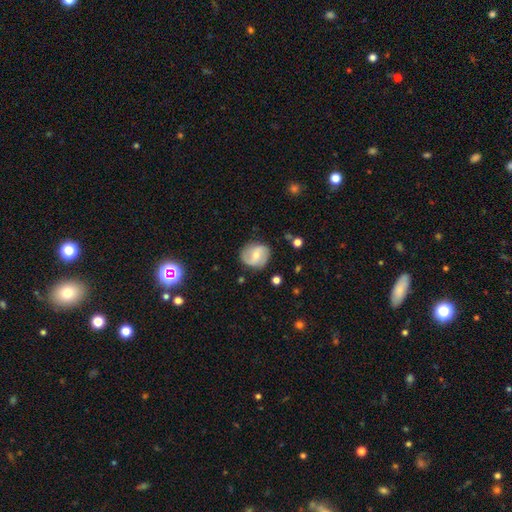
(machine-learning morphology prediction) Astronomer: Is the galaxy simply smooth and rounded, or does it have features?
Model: featured or disk — 52% (runner-up: smooth, 41%).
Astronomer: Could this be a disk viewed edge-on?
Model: no — 96%.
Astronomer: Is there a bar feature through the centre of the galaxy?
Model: weak — 44% (runner-up: no, 36%).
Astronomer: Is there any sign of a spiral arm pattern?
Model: yes — 78%.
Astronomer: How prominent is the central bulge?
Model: small — 48% (runner-up: moderate, 47%).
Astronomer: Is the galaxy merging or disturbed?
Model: none — 77%.